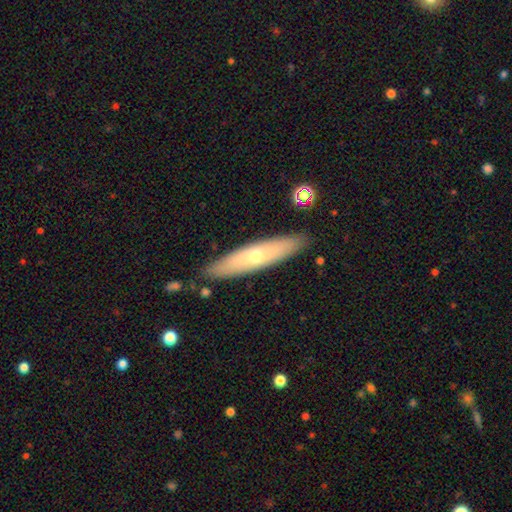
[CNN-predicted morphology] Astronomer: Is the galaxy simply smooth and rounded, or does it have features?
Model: smooth — 50% (runner-up: featured or disk, 44%).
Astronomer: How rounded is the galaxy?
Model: cigar-shaped — 80%.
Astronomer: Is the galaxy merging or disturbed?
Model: none — 87%.